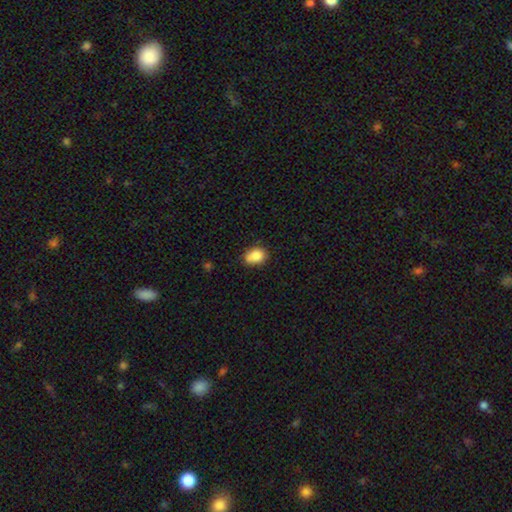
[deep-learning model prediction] Smooth or featured: smooth — 85% (star or artifact — 9%)
How rounded: in between — 64% (round — 35%)
Merging: none — 63% (minor disturbance — 28%)